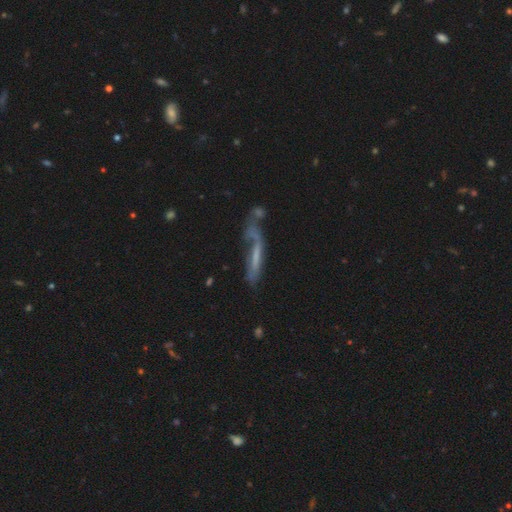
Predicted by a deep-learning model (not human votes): Morphology: type=featured or disk (53%); edge-on=no (53%); merging=none (33%).